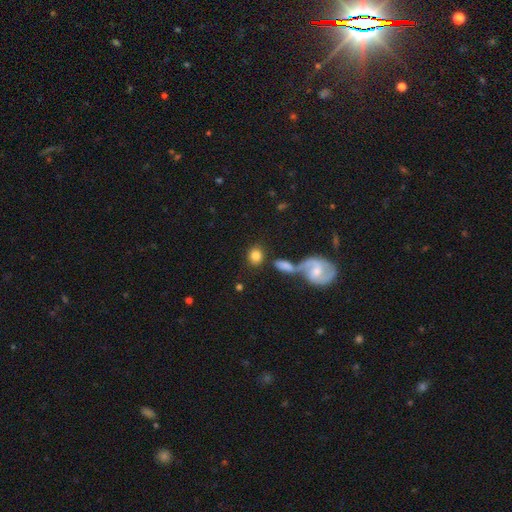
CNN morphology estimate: Smooth or featured? smooth (77%)
How rounded? round (57%)
Merging? none (62%)